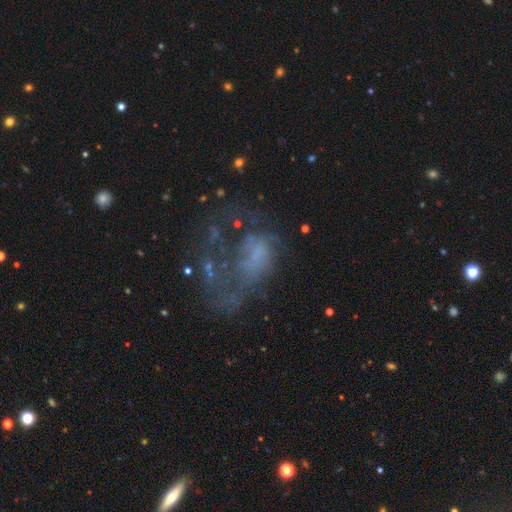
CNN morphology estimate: Overall: featured or disk (55%; smooth 26%). Edge-on disk: no (97%). Bar: no (82%). Spiral arms: no (75%). Bulge size: none (66%). Merging: major disturbance (54%; none 24%).